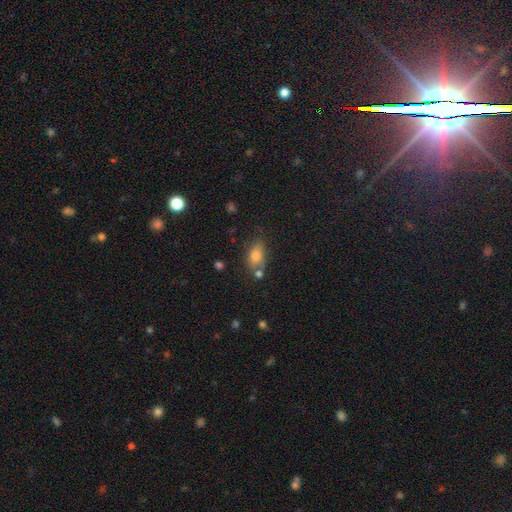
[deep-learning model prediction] Morphology: type=smooth (77%); roundness=in between (83%); merging=none (62%).